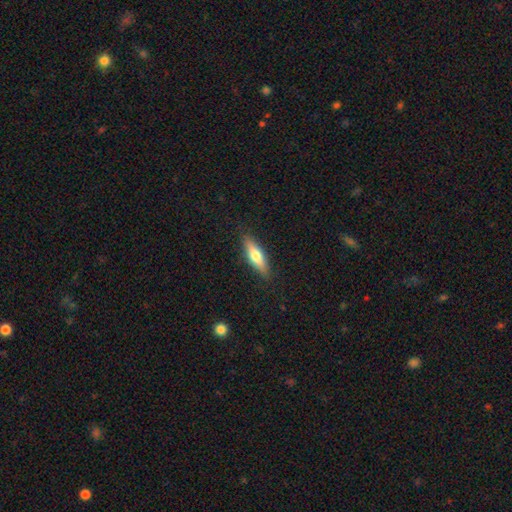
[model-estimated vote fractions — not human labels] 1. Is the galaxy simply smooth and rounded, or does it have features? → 59% smooth, 35% featured or disk, 6% star or artifact.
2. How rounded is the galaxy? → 61% cigar-shaped, 37% in between, 2% round.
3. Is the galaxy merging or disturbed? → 88% none, 9% minor disturbance, 2% major disturbance, 1% merger.